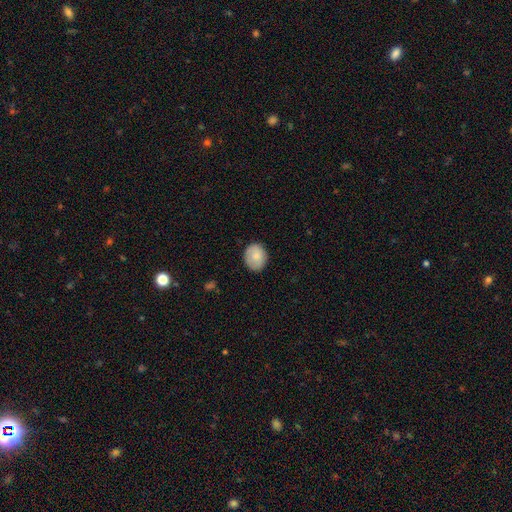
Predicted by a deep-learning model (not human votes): smooth-or-featured: smooth: 82% | featured or disk: 11% | star or artifact: 7%
  how-rounded: round: 62% | in between: 37% | cigar-shaped: 1%
  merging: none: 83% | minor disturbance: 13% | major disturbance: 3% | merger: 1%